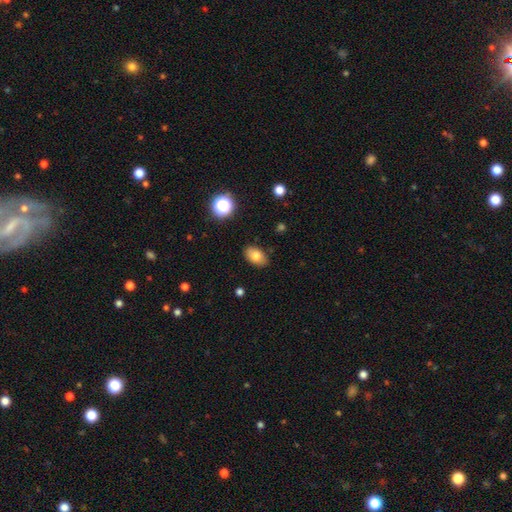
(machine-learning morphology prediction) A smooth galaxy with no disk features (80%) that is in between round and cigar-shaped (87%). Merging: none (86%).